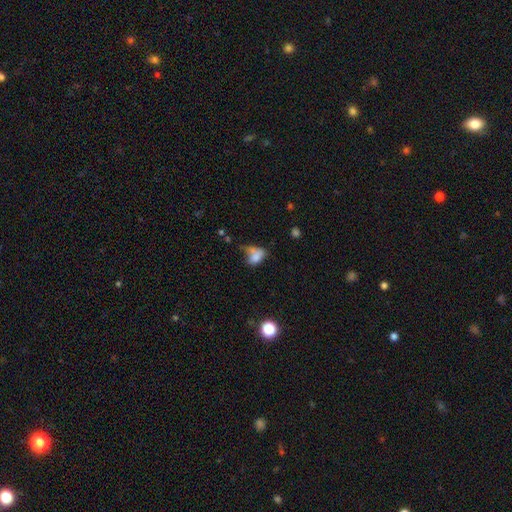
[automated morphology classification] Smooth or featured? Predicted: smooth (p=0.71). How rounded? Predicted: in between (p=0.80). Merging? Predicted: major disturbance (p=0.29).